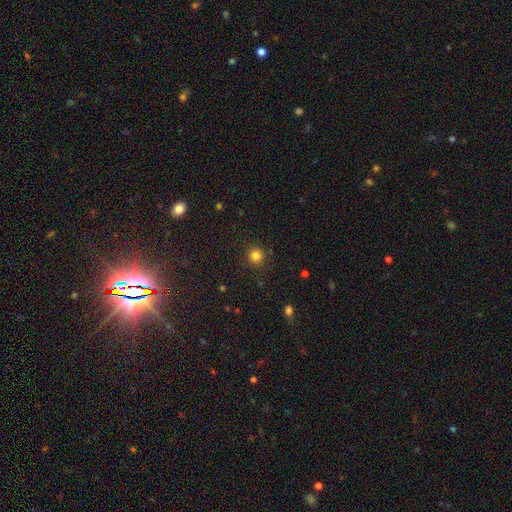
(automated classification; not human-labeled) smooth_or_featured: smooth (p=0.83) [alt: star or artifact p=0.13]
how_rounded: round (p=0.94) [alt: in between p=0.05]
merging: none (p=0.91) [alt: minor disturbance p=0.06]